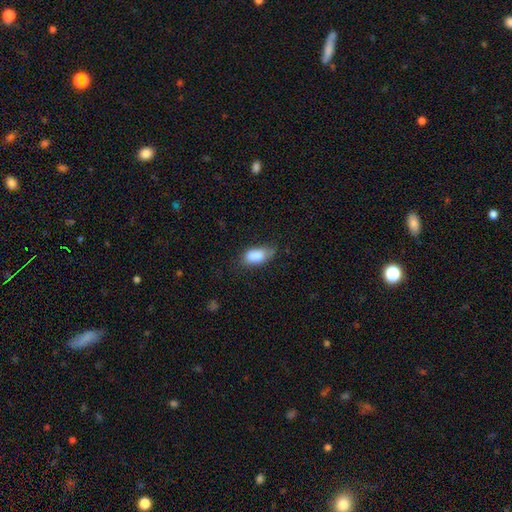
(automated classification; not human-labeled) Smooth or featured? smooth (85%)
How rounded? in between (90%)
Merging? none (52%)